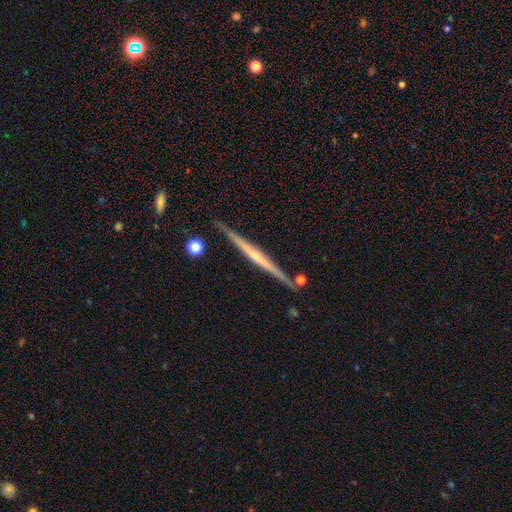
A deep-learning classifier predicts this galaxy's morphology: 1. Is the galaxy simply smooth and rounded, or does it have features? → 78% featured or disk, 16% smooth, 6% star or artifact.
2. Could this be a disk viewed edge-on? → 98% yes, 2% no.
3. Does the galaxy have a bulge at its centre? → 55% rounded, 39% none, 6% boxy.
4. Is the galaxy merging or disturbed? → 87% none, 9% minor disturbance, 3% merger, 2% major disturbance.